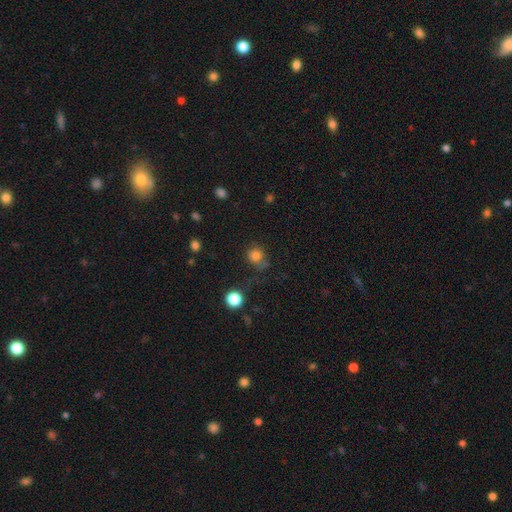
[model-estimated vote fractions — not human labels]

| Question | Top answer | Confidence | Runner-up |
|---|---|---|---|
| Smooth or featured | smooth | 79% | star or artifact (14%) |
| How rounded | round | 84% | in between (15%) |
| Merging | none | 64% | minor disturbance (20%) |